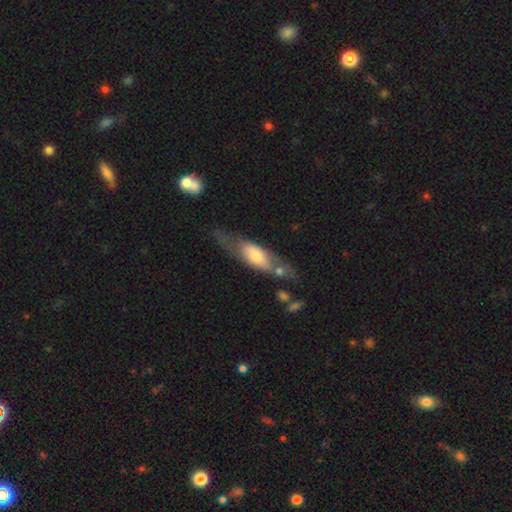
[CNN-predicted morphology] Smooth or featured: featured or disk — 51% (smooth — 43%)
Edge-on disk: no — 54% (yes — 46%)
Merging: none — 54% (minor disturbance — 20%)